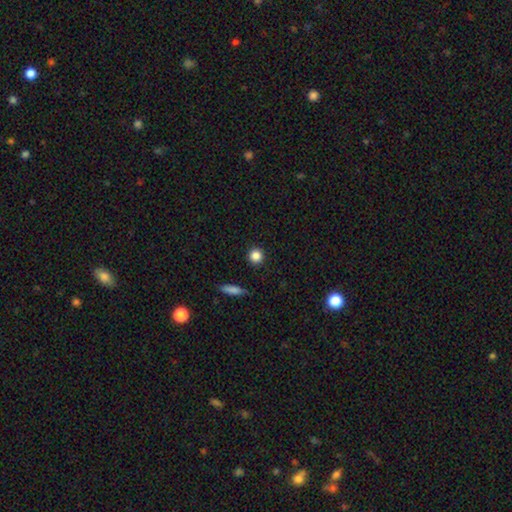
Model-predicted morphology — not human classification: Q: Smooth or featured?
A: smooth (85%); runner-up: star or artifact (11%)
Q: How rounded?
A: round (93%); runner-up: in between (6%)
Q: Merging?
A: none (92%); runner-up: minor disturbance (5%)